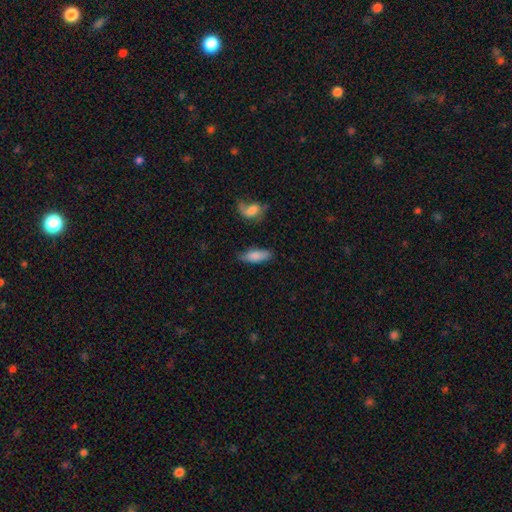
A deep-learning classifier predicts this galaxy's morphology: smooth 81%, featured or disk 12%, star or artifact 7%. Down the decision tree: how rounded — in between (72%); merging — none (69%).